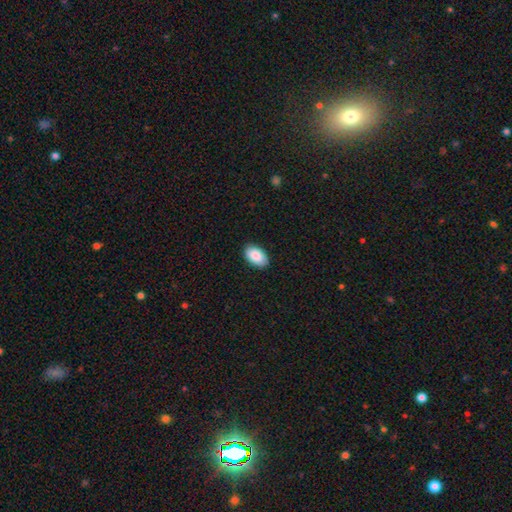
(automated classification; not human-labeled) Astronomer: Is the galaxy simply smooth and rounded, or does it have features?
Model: smooth — 88%.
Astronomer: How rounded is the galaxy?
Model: in between — 94%.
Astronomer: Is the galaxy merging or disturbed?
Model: none — 89%.